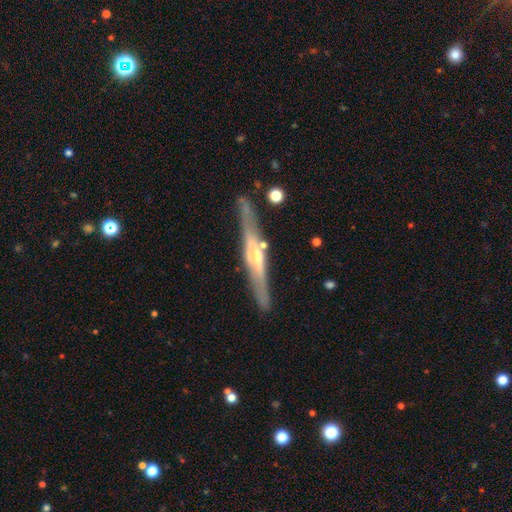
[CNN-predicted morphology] Smooth or featured: featured or disk — 73% (smooth — 21%)
Edge-on disk: yes — 94% (no — 6%)
Edge-on bulge: rounded — 67% (boxy — 17%)
Merging: none — 81% (minor disturbance — 12%)